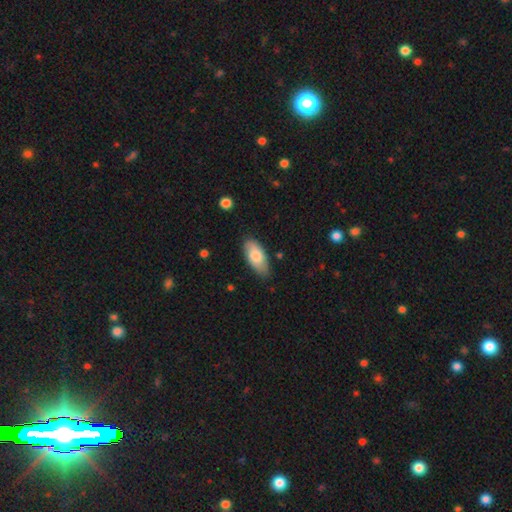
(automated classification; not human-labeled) smooth 77%, featured or disk 17%, star or artifact 6%. Down the decision tree: how rounded — in between (90%); merging — none (82%).